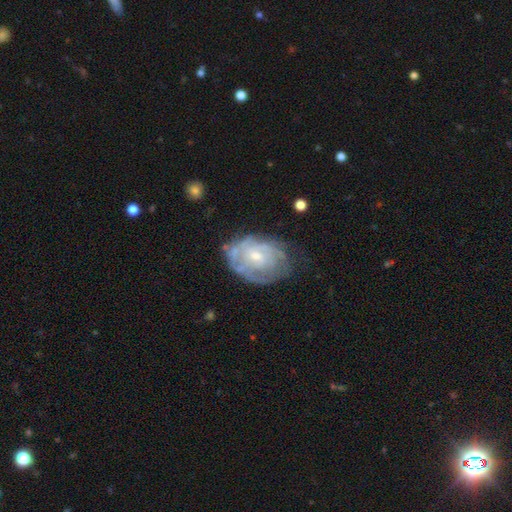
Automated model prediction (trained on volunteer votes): smooth-or-featured: featured or disk: 71% | smooth: 22% | star or artifact: 7%
  disk-edge-on: no: 97% | yes: 3%
    bar: no: 69% | weak: 27% | strong: 4%
    has-spiral-arms: yes: 68% | no: 32%
    bulge-size: small: 52% | moderate: 41% | none: 3% | large: 2% | dominant: 1%
  merging: none: 53% | minor disturbance: 29% | major disturbance: 16% | merger: 3%